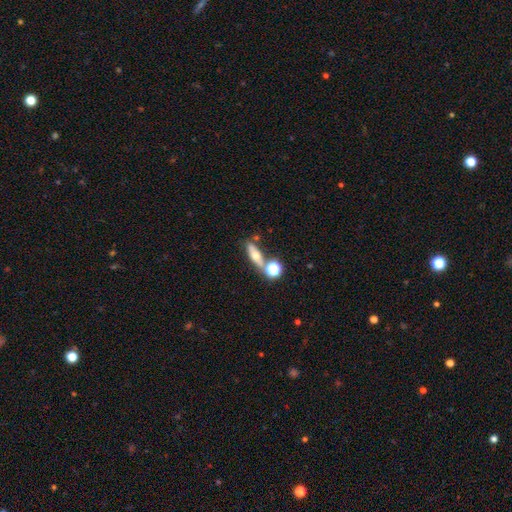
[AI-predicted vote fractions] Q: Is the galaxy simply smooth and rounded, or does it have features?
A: smooth — 50%.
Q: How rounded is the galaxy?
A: in between — 45%.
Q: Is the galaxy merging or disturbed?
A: none — 64%.